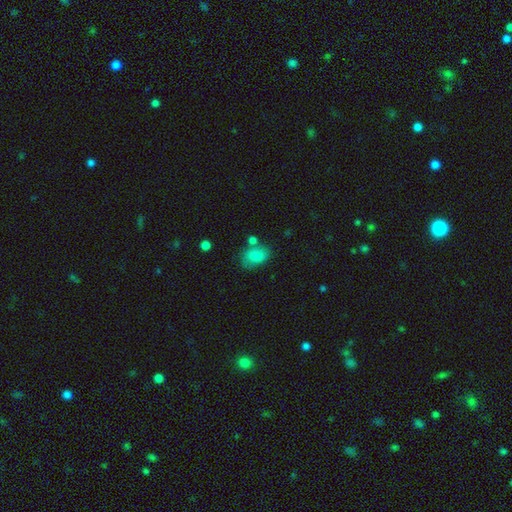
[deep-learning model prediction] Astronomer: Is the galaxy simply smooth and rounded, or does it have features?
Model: smooth — 80%.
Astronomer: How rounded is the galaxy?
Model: in between — 82%.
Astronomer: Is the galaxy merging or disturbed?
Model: none — 59%.